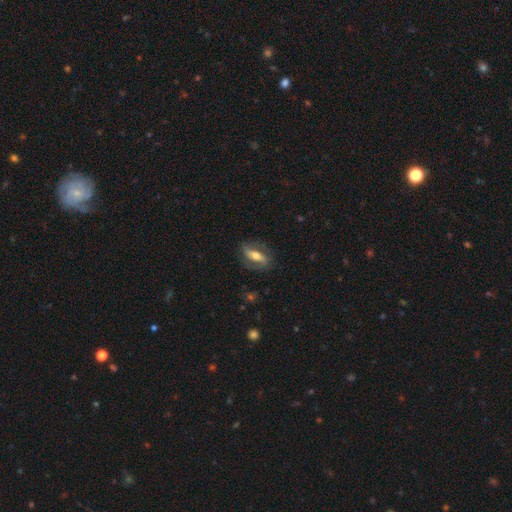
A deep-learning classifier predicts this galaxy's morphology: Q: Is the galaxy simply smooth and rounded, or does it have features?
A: featured or disk — 63%.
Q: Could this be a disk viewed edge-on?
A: no — 80%.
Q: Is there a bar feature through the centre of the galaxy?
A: strong — 50%.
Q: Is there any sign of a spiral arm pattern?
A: yes — 79%.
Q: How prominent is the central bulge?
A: moderate — 63%.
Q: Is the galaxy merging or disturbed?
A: none — 75%.